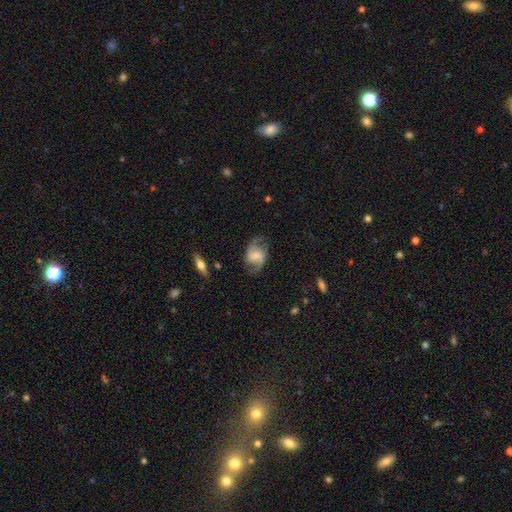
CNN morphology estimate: type=featured or disk (75%); edge-on=no (96%); bar=weak (46%); spiral arms=yes (93%); winding=medium (47%); arm count=2 (89%); bulge=small (37%); merging=none (71%).